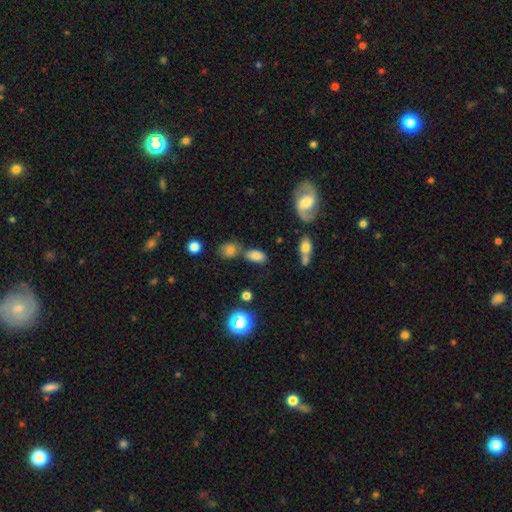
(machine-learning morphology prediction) smooth-or-featured: smooth: 76% | star or artifact: 14% | featured or disk: 10%
  how-rounded: in between: 88% | round: 8% | cigar-shaped: 4%
  merging: none: 54% | merger: 25% | minor disturbance: 15% | major disturbance: 6%